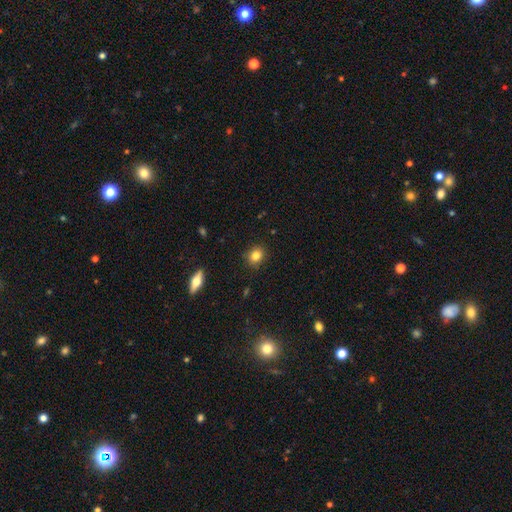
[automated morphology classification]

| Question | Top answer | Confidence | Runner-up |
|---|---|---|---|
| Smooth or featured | smooth | 83% | star or artifact (10%) |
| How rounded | round | 70% | in between (29%) |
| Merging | none | 88% | minor disturbance (9%) |